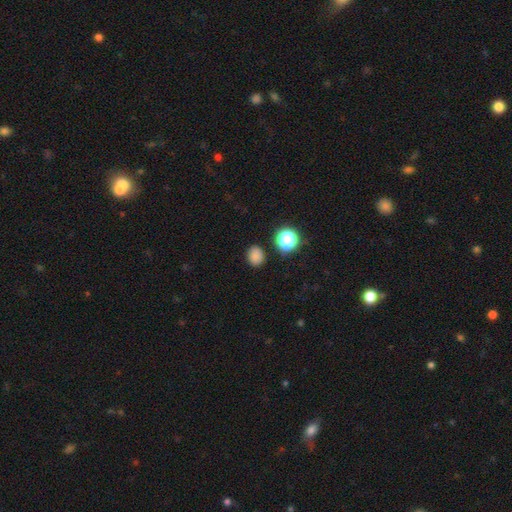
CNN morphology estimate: Smooth or featured: smooth — 80% (star or artifact — 16%)
How rounded: round — 67% (in between — 32%)
Merging: none — 85% (minor disturbance — 10%)